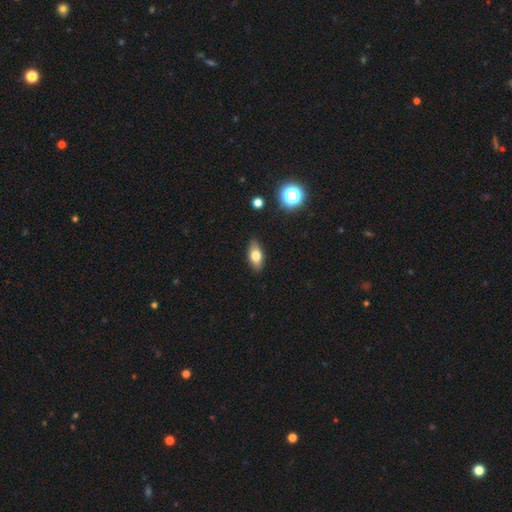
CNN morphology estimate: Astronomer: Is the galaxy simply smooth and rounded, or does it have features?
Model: smooth — 74%.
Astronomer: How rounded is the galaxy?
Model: in between — 84%.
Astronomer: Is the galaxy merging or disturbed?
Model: none — 86%.